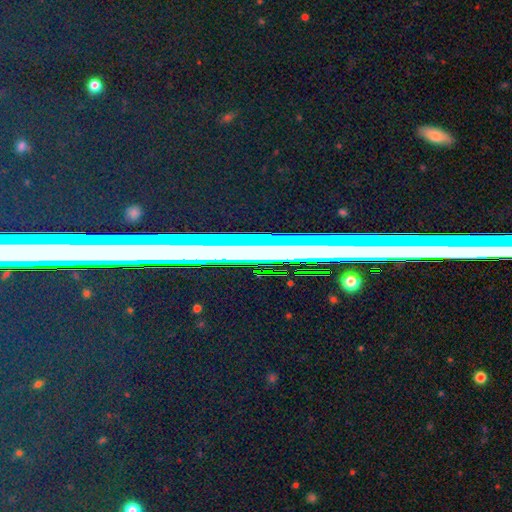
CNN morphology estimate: Smooth or featured: star or artifact — 66% (smooth — 19%)